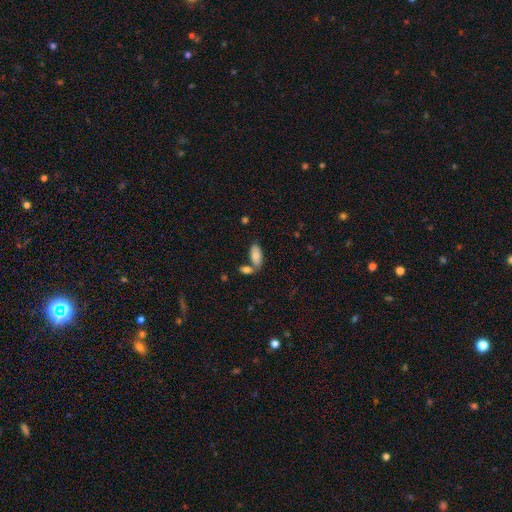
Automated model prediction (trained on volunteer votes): Q: Smooth or featured?
A: smooth (83%); runner-up: featured or disk (11%)
Q: How rounded?
A: in between (90%); runner-up: cigar-shaped (7%)
Q: Merging?
A: none (54%); runner-up: merger (31%)